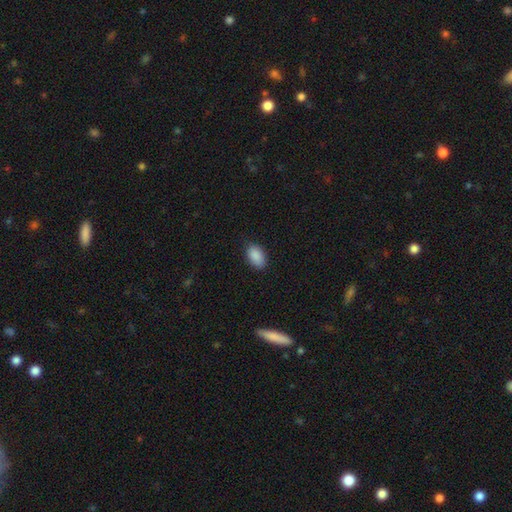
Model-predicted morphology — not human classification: A smooth galaxy with no disk features (89%) that is in between round and cigar-shaped (91%).

Vote fractions:
- Smooth or featured? smooth: 89% / star or artifact: 7% / featured or disk: 3%
- How rounded? in between: 91% / round: 7% / cigar-shaped: 1%
- Merging? none: 83% / minor disturbance: 13% / major disturbance: 3% / merger: 1%